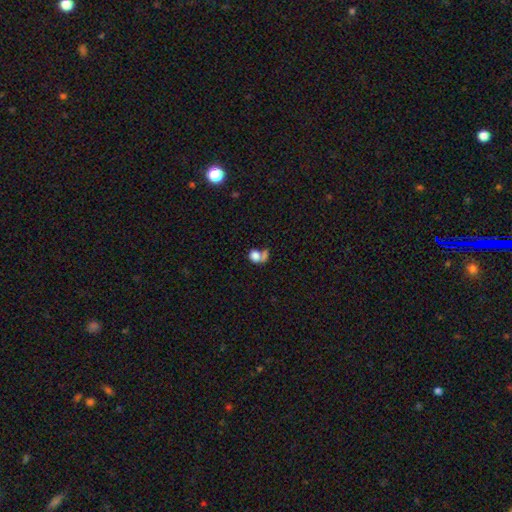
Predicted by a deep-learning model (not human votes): A smooth galaxy with no disk features (73%) that is round (59%).

Vote fractions:
- Smooth or featured? smooth: 73% / featured or disk: 15% / star or artifact: 11%
- How rounded? round: 59% / in between: 39% / cigar-shaped: 2%
- Merging? merger: 41% / none: 30% / major disturbance: 17% / minor disturbance: 12%